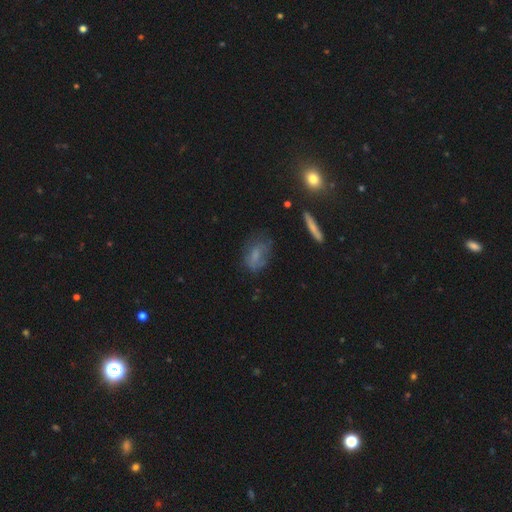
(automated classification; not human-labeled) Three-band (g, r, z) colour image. It shows a smooth galaxy with no disk features (61%) that is in between round and cigar-shaped (81%). Merging: none (53%).